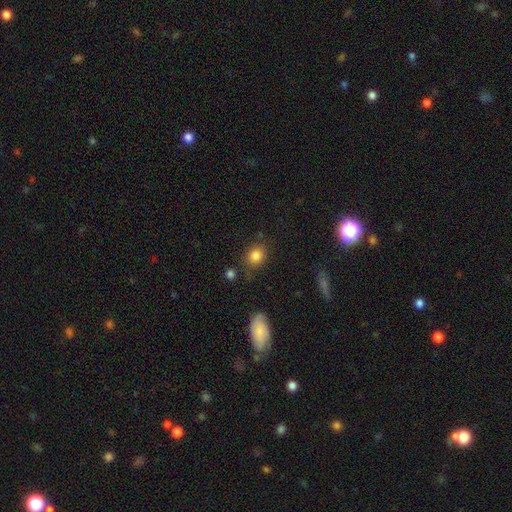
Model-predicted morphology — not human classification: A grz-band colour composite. It shows a smooth galaxy with no disk features (84%) that is round (66%). Merging: none (74%).